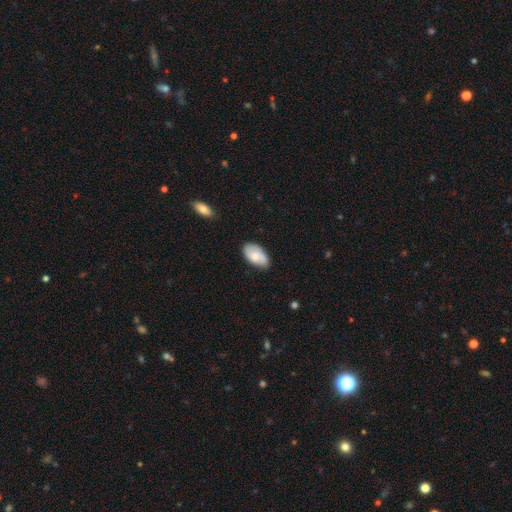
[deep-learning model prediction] Morphology: type=smooth (72%); roundness=in between (95%); merging=none (73%).